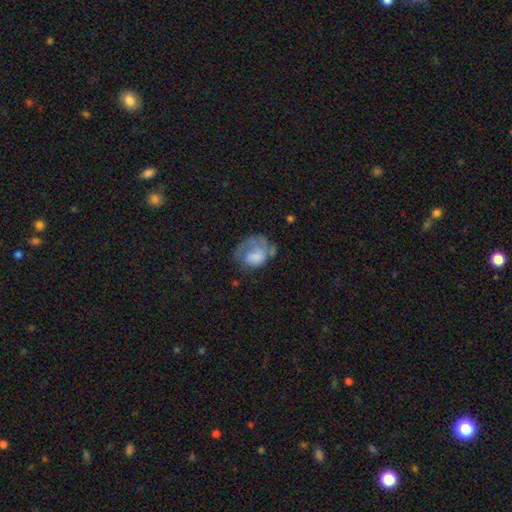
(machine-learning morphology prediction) type=smooth (51%); roundness=round (50%); merging=major disturbance (39%).